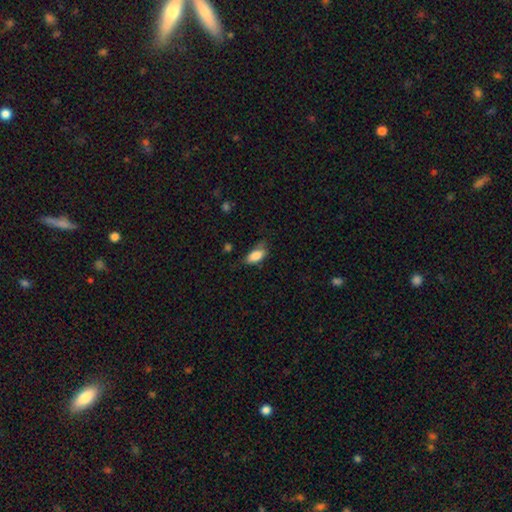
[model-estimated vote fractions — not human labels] A smooth galaxy with no disk features (85%) that is in between round and cigar-shaped (89%).

Vote fractions:
- Smooth or featured? smooth: 85% / featured or disk: 8% / star or artifact: 7%
- How rounded? in between: 89% / cigar-shaped: 8% / round: 4%
- Merging? none: 58% / minor disturbance: 31% / major disturbance: 9% / merger: 2%